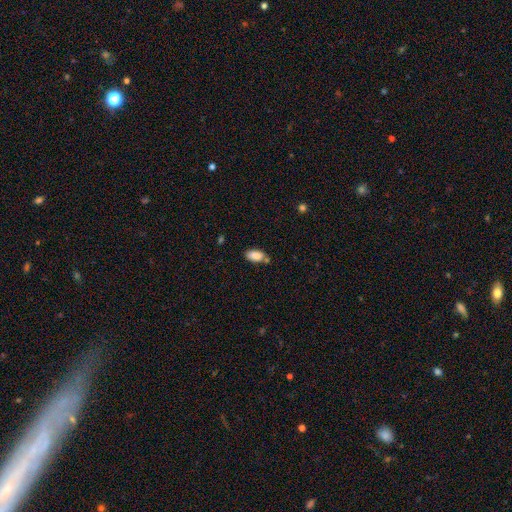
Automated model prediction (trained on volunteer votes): A smooth galaxy with no disk features (86%) that is in between round and cigar-shaped (93%).

Vote fractions:
- Smooth or featured? smooth: 86% / star or artifact: 8% / featured or disk: 6%
- How rounded? in between: 93% / cigar-shaped: 4% / round: 3%
- Merging? none: 64% / minor disturbance: 19% / merger: 13% / major disturbance: 4%